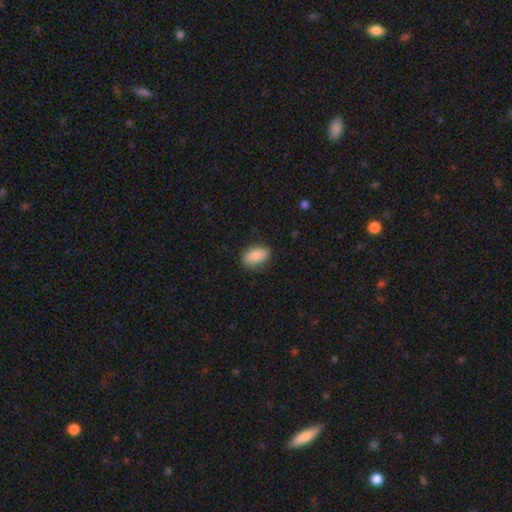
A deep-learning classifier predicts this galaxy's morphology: type=smooth (84%); roundness=in between (89%); merging=none (82%).